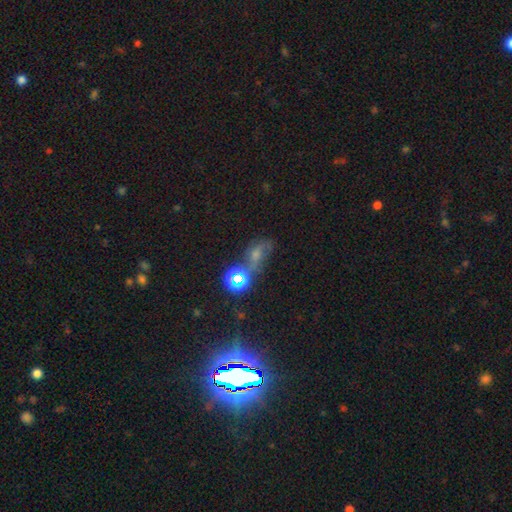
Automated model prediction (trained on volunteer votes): This is marginally a smooth galaxy (38%). Merging: marginally none (39%).